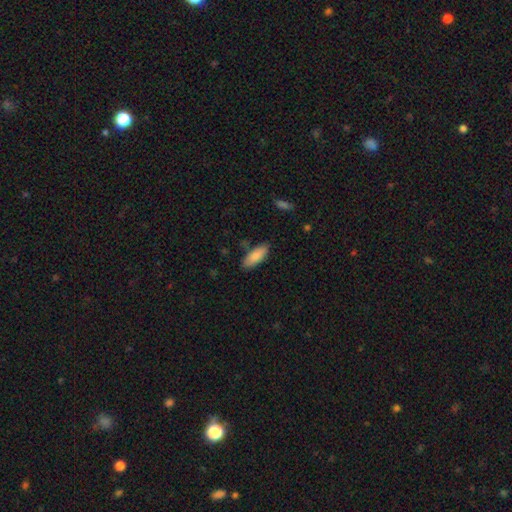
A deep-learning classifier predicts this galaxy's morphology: smooth-or-featured: smooth: 85% | featured or disk: 9% | star or artifact: 6%
  how-rounded: in between: 74% | cigar-shaped: 24% | round: 2%
  merging: none: 82% | minor disturbance: 13% | major disturbance: 2% | merger: 2%